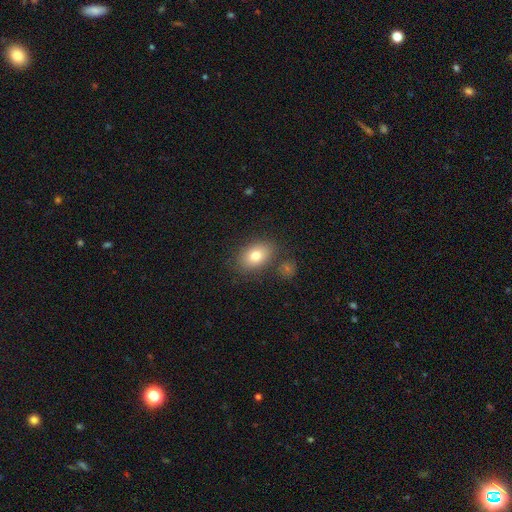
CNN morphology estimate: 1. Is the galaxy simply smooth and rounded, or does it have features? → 78% smooth, 13% featured or disk, 9% star or artifact.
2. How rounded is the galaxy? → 80% in between, 19% round, 1% cigar-shaped.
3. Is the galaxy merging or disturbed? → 77% none, 12% minor disturbance, 7% merger, 4% major disturbance.